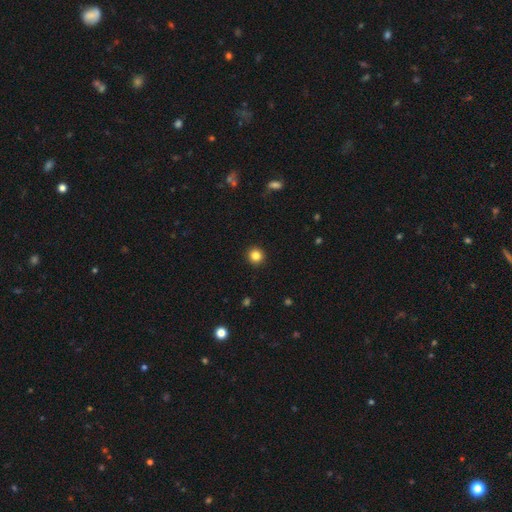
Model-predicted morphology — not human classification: smooth_or_featured: smooth (p=0.84) [alt: star or artifact p=0.12]
how_rounded: round (p=0.95) [alt: in between p=0.04]
merging: none (p=0.93) [alt: minor disturbance p=0.04]